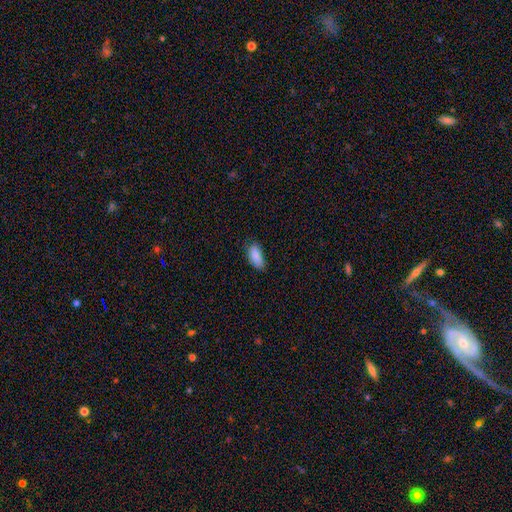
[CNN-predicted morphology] smooth-or-featured: smooth: 88% | star or artifact: 7% | featured or disk: 5%
  how-rounded: in between: 87% | cigar-shaped: 11% | round: 2%
  merging: none: 72% | minor disturbance: 23% | major disturbance: 4% | merger: 1%